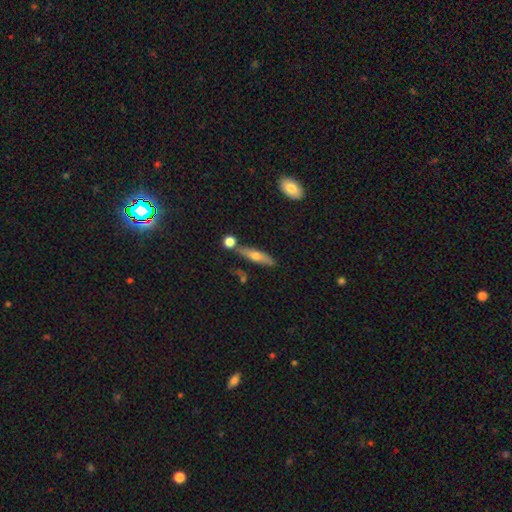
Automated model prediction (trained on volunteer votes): A smooth galaxy with no disk features (47%). Merging: none (76%).